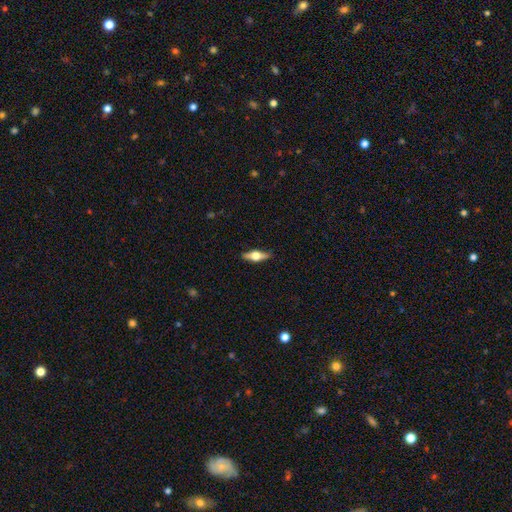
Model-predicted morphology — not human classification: Smooth or featured? Predicted: featured or disk (p=0.61). Edge-on disk? Predicted: yes (p=0.94). Edge-on bulge? Predicted: rounded (p=0.94). Merging? Predicted: none (p=0.86).